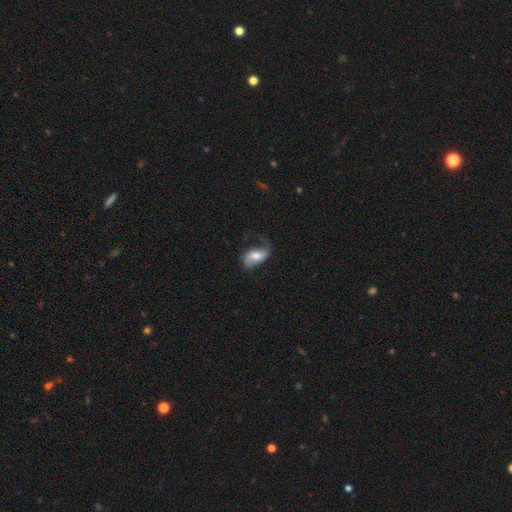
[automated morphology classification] Q: Smooth or featured?
A: featured or disk (50%); runner-up: smooth (43%)
Q: Edge-on disk?
A: no (93%); runner-up: yes (7%)
Q: Merging?
A: none (50%); runner-up: minor disturbance (29%)